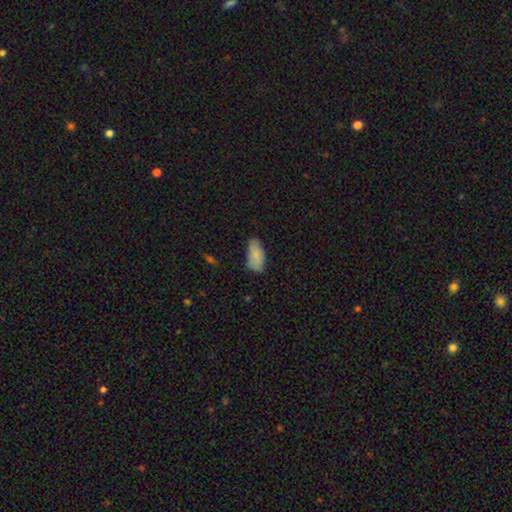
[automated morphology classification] type=smooth (86%); roundness=in between (92%); merging=none (70%).